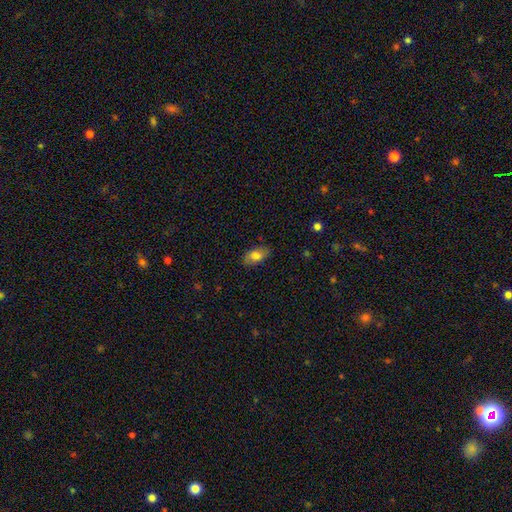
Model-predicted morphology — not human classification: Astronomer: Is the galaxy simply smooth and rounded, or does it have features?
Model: smooth — 80%.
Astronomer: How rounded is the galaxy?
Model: in between — 91%.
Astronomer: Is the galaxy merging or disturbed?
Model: none — 82%.